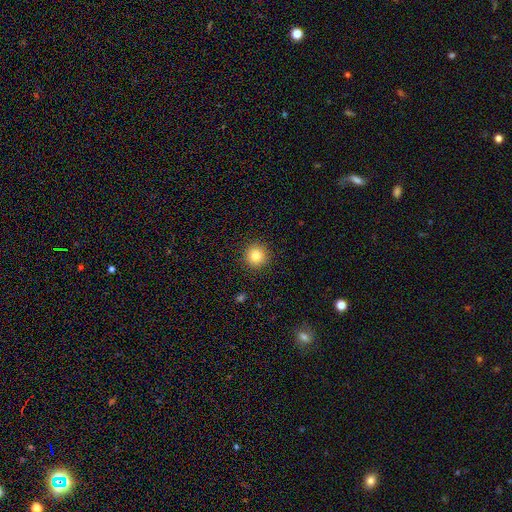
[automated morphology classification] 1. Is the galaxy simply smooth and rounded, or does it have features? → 82% smooth, 11% star or artifact, 7% featured or disk.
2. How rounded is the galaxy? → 94% round, 5% in between, 1% cigar-shaped.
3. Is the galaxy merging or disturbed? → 91% none, 6% minor disturbance, 2% major disturbance, 1% merger.